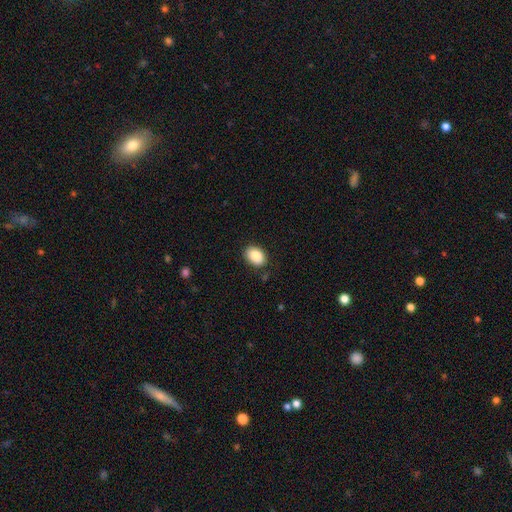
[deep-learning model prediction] The model was most divided on "how rounded": in between: 79%, round: 20%, cigar-shaped: 1%. More confident: smooth or featured — smooth (87%); merging — none (87%).